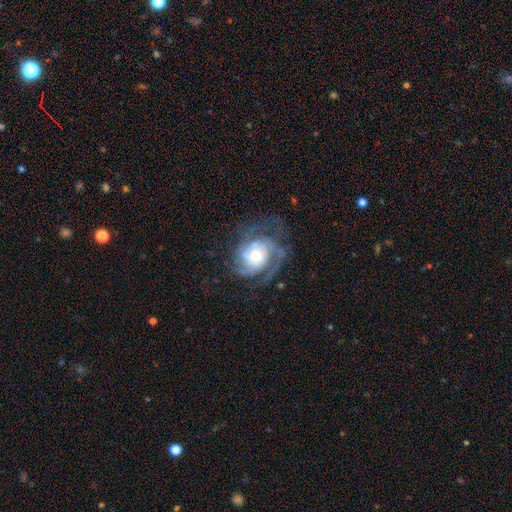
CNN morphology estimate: type=featured or disk (84%); edge-on=no (97%); bar=no (74%); spiral arms=yes (95%); winding=tight (48%); arm count=2 (32%); bulge=moderate (46%); merging=none (62%).